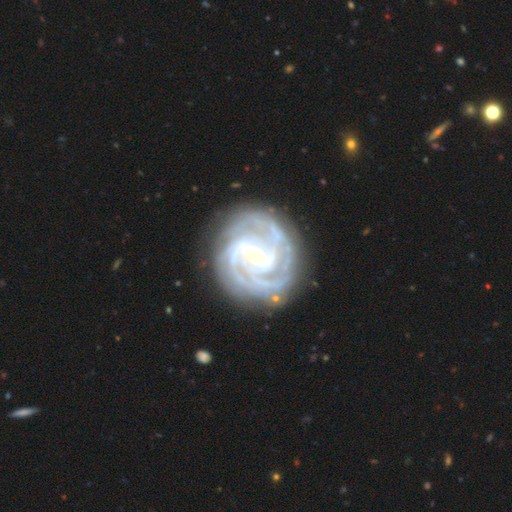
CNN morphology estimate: Smooth or featured: featured or disk — 91% (star or artifact — 5%)
Edge-on disk: no — 98% (yes — 2%)
Bar: weak — 43% (no — 32%)
Spiral arms: yes — 98% (no — 2%)
Spiral winding: tight — 72% (medium — 25%)
Spiral arm count: 3 — 31% (4 — 20%)
Bulge size: small — 74% (moderate — 23%)
Merging: none — 80% (minor disturbance — 14%)